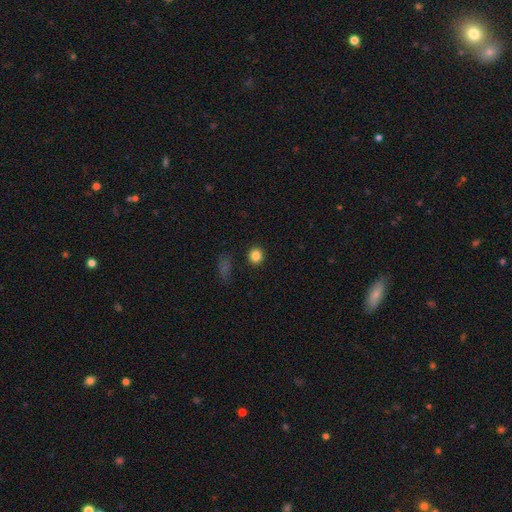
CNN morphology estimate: type=smooth (84%); roundness=round (87%); merging=none (89%).